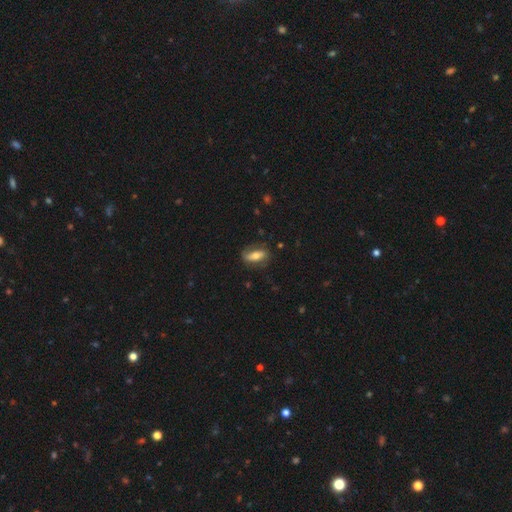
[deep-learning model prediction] Smooth or featured? featured or disk (48%)
Merging? none (69%)